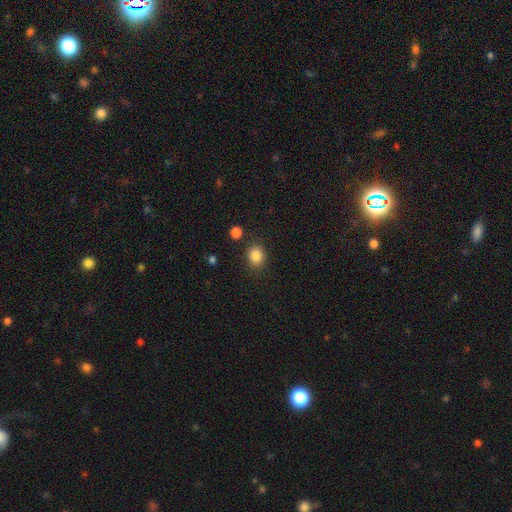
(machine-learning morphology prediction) A smooth galaxy with no disk features (85%) that is round (64%).

Vote fractions:
- Smooth or featured? smooth: 85% / star or artifact: 11% / featured or disk: 5%
- How rounded? round: 64% / in between: 36% / cigar-shaped: 1%
- Merging? none: 85% / minor disturbance: 9% / merger: 4% / major disturbance: 3%